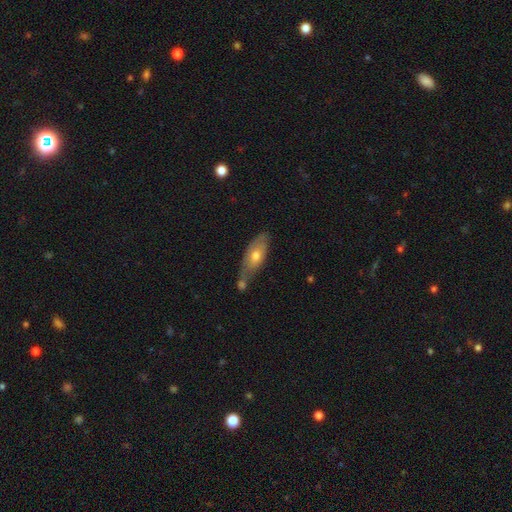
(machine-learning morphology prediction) A smooth galaxy with no disk features (60%) that is in between round and cigar-shaped (74%).

Vote fractions:
- Smooth or featured? smooth: 60% / featured or disk: 34% / star or artifact: 6%
- How rounded? in between: 74% / cigar-shaped: 22% / round: 4%
- Merging? none: 43% / merger: 28% / minor disturbance: 22% / major disturbance: 7%